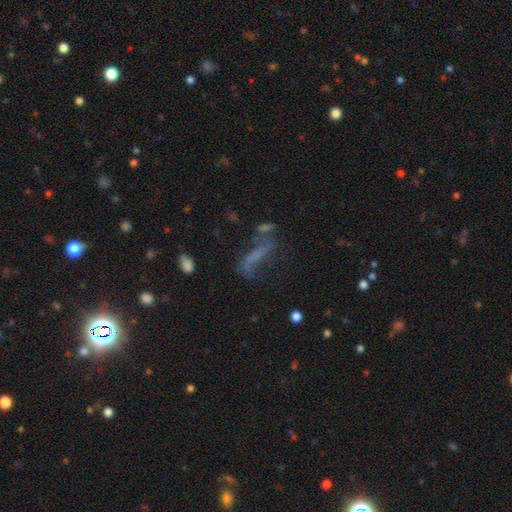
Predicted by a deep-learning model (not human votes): Overall: smooth (39%; featured or disk 36%). Merging: none (38%; major disturbance 28%).